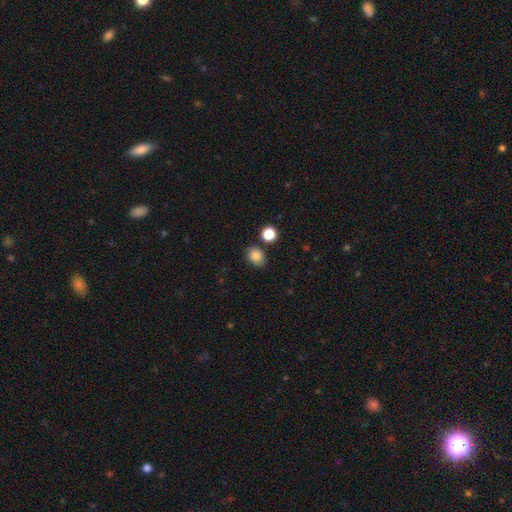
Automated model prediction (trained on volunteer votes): smooth-or-featured: smooth: 84% | star or artifact: 10% | featured or disk: 6%
  how-rounded: in between: 55% | round: 44% | cigar-shaped: 1%
  merging: none: 78% | minor disturbance: 13% | merger: 6% | major disturbance: 3%